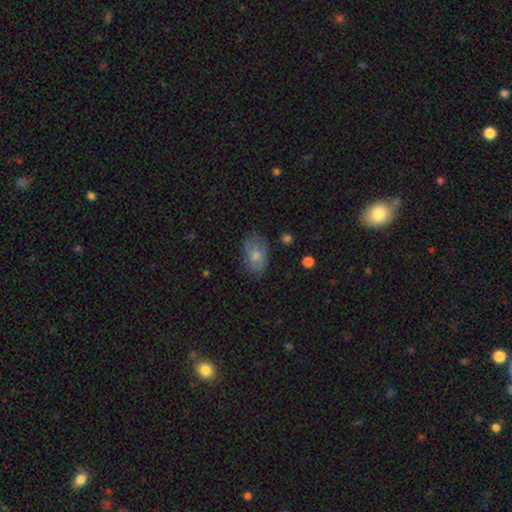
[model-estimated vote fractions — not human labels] The model was most divided on "smooth or featured": smooth: 69%, featured or disk: 20%, star or artifact: 11%. More confident: how rounded — in between (86%); merging — none (77%).